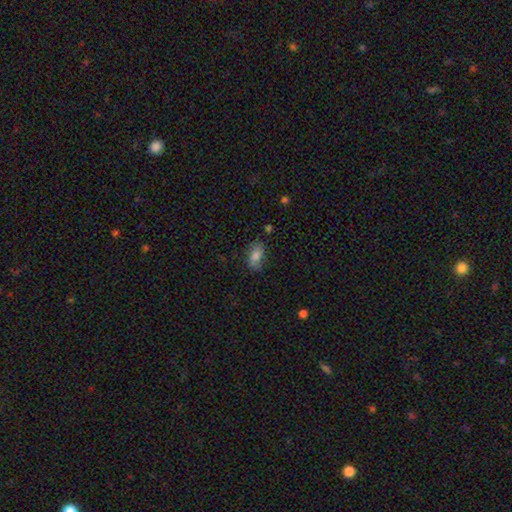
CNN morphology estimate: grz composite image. It shows a smooth galaxy with no disk features (76%) that is in between round and cigar-shaped (89%). Merging: none (72%).